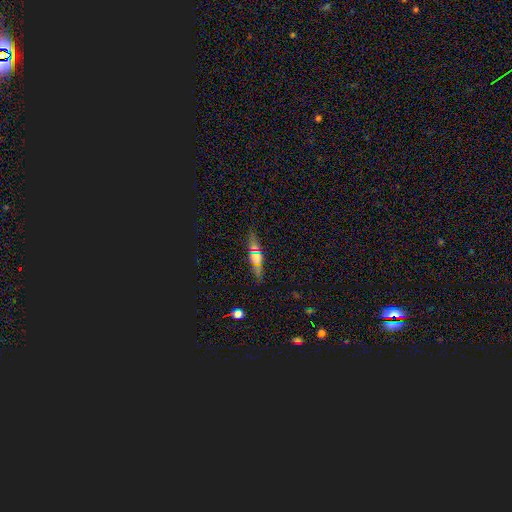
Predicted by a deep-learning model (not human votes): A featured or disk galaxy (42%).

Vote fractions:
- Smooth or featured? featured or disk: 42% / smooth: 40% / star or artifact: 18%
- Merging? none: 82% / minor disturbance: 11% / major disturbance: 4% / merger: 3%